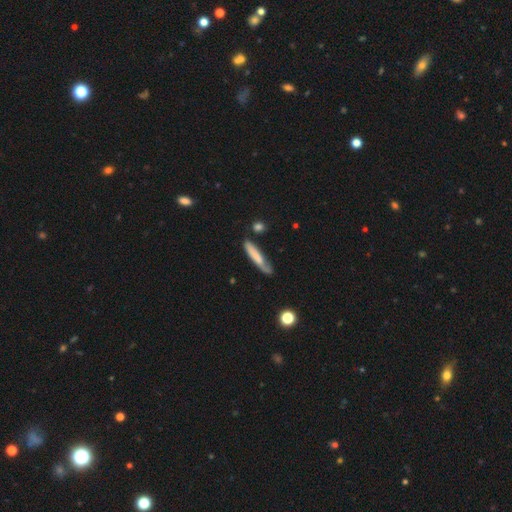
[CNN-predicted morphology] smooth 65%, featured or disk 29%, star or artifact 6%. Down the decision tree: how rounded — cigar-shaped (86%); merging — none (61%).